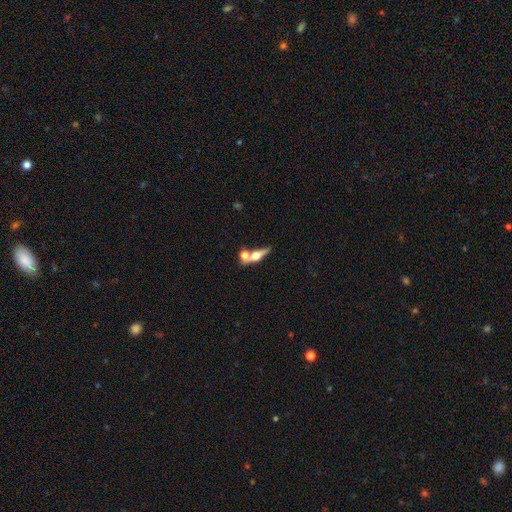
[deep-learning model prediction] This appears to be a smooth galaxy with no disk features (46%). Merging: merger (43%).